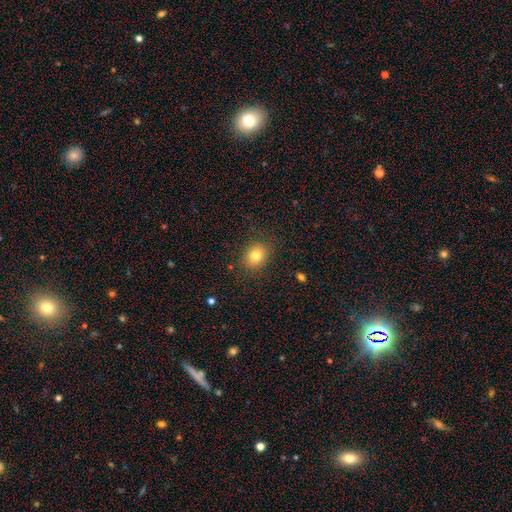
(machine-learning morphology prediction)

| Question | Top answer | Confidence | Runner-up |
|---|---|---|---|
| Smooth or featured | smooth | 81% | star or artifact (11%) |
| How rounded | round | 51% | in between (48%) |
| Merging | none | 86% | minor disturbance (10%) |